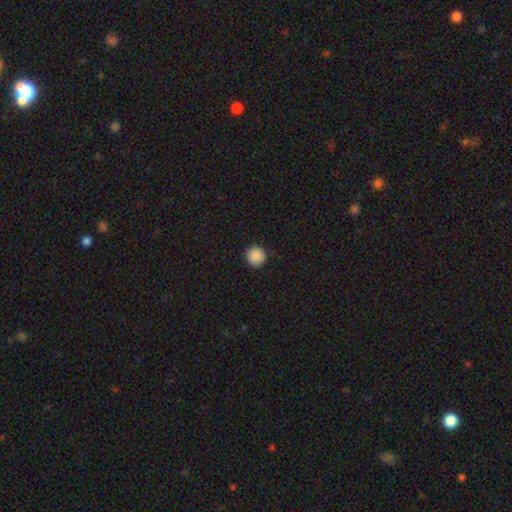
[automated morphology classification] A smooth galaxy with no disk features (89%) that is round (94%).

Vote fractions:
- Smooth or featured? smooth: 89% / star or artifact: 9% / featured or disk: 2%
- How rounded? round: 94% / in between: 5% / cigar-shaped: 1%
- Merging? none: 92% / minor disturbance: 6% / major disturbance: 2% / merger: 1%